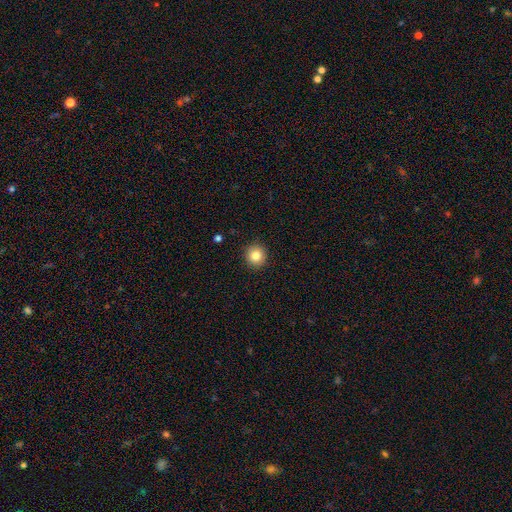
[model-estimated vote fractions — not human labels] This is clearly a smooth galaxy (84%). How rounded: clearly round (93%). Merging: clearly none (92%).